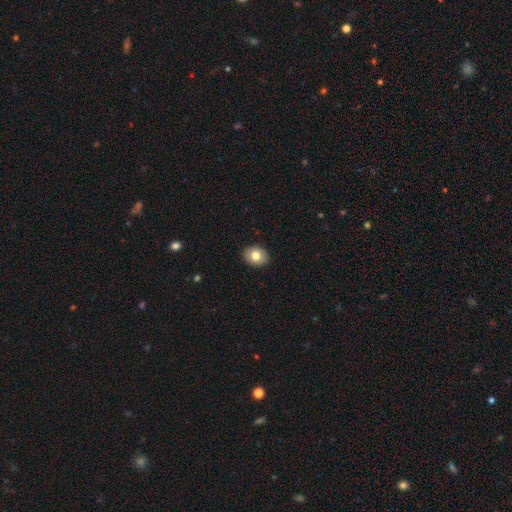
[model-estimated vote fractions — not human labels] The model was most divided on "how rounded": round: 51%, in between: 49%, cigar-shaped: 1%. More confident: merging — none (91%); smooth or featured — smooth (80%).